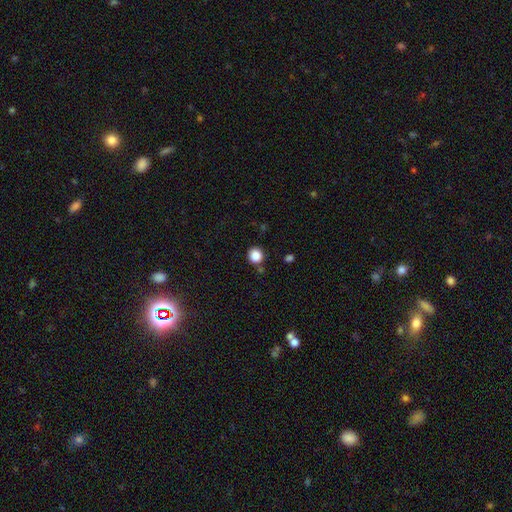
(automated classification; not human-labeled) Smooth or featured?
  - smooth: 86% *
  - star or artifact: 10%
  - featured or disk: 3%
How rounded?
  - round: 87% *
  - in between: 12%
  - cigar-shaped: 1%
Merging?
  - none: 83% *
  - minor disturbance: 9%
  - merger: 5%
  - major disturbance: 3%